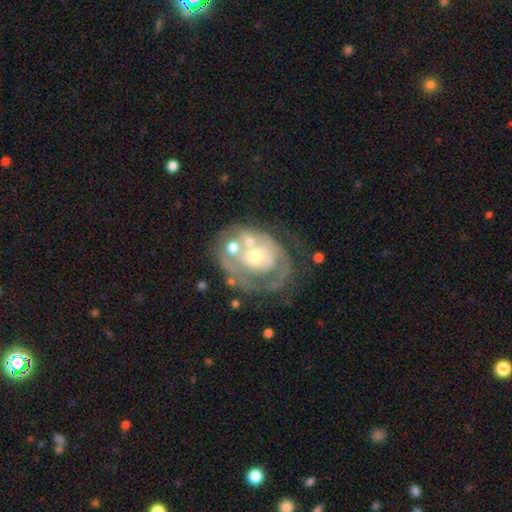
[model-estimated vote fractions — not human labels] Smooth or featured? featured or disk (73%)
Edge-on disk? no (97%)
Bar? no (82%)
Spiral arms? yes (52%)
Bulge size? moderate (51%)
Merging? none (36%)